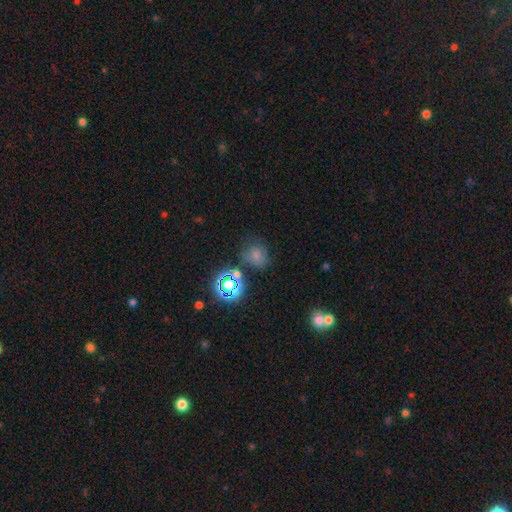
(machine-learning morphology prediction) A smooth galaxy with no disk features (64%) that is round (69%). Merging: none (61%).